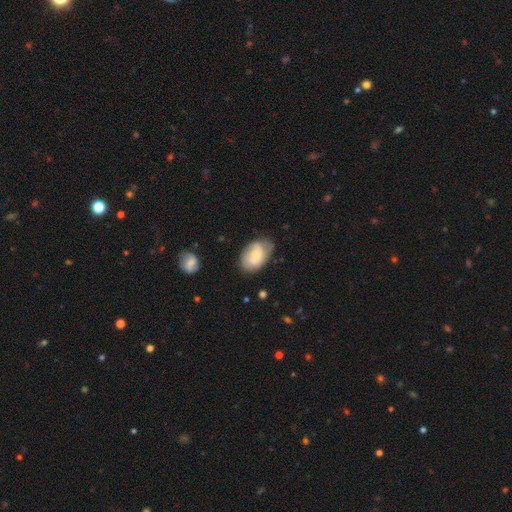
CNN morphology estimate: The model was most divided on "smooth or featured": featured or disk: 49%, smooth: 44%, star or artifact: 7%. More confident: merging — none (64%).